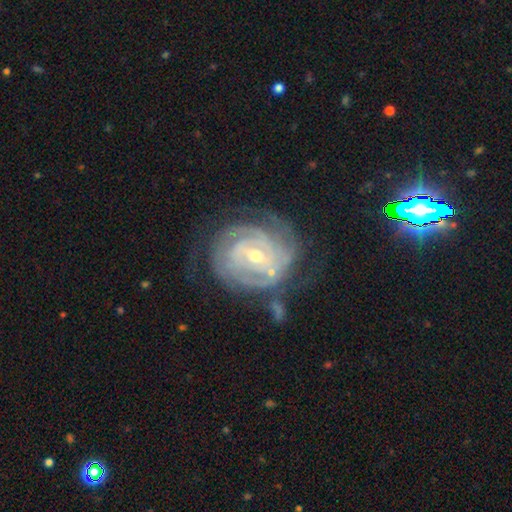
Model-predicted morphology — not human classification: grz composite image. It shows a featured or disk galaxy (89%) with a weak bar (47%), tight (79%) spiral arms (96%) and a small central bulge (49%). Merging: none (62%).